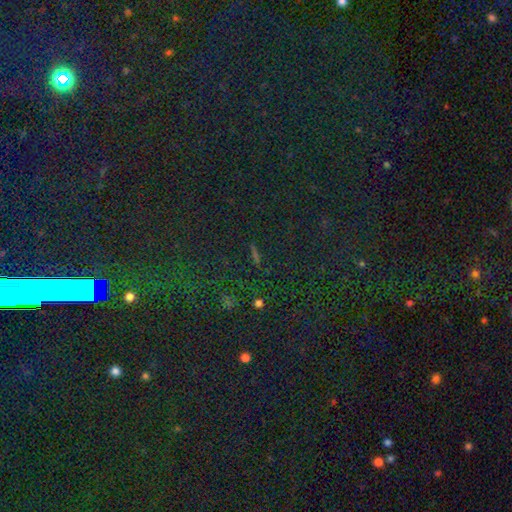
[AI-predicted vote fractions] A star or artifact, not a galaxy (66%).